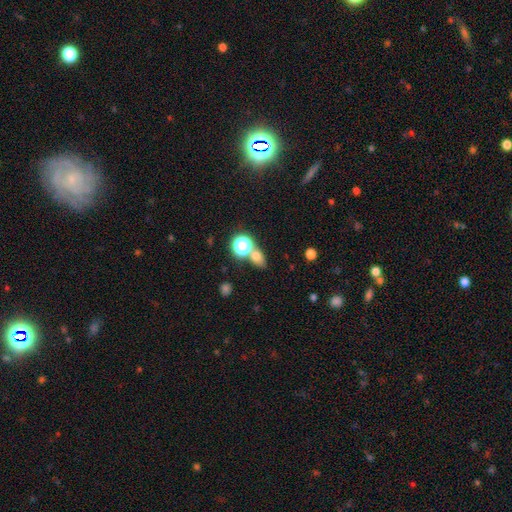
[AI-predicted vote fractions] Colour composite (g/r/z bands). It shows a smooth galaxy with no disk features (67%) that is in between round and cigar-shaped (57%). Merging: none (58%).